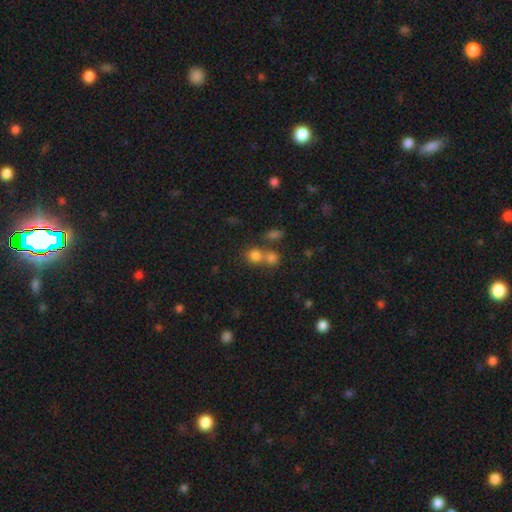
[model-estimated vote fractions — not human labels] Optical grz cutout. It shows a smooth galaxy with no disk features (77%) that is round (80%). Merging: none (48%).